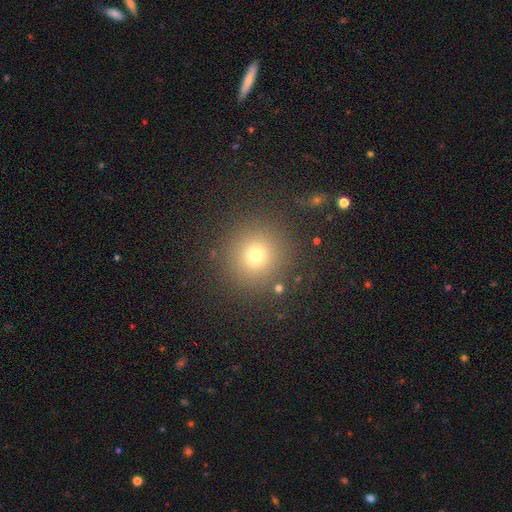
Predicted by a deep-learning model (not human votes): A smooth galaxy with no disk features (72%) that is round (94%).

Vote fractions:
- Smooth or featured? smooth: 72% / star or artifact: 19% / featured or disk: 9%
- How rounded? round: 94% / in between: 5% / cigar-shaped: 1%
- Merging? none: 88% / minor disturbance: 7% / major disturbance: 3% / merger: 2%